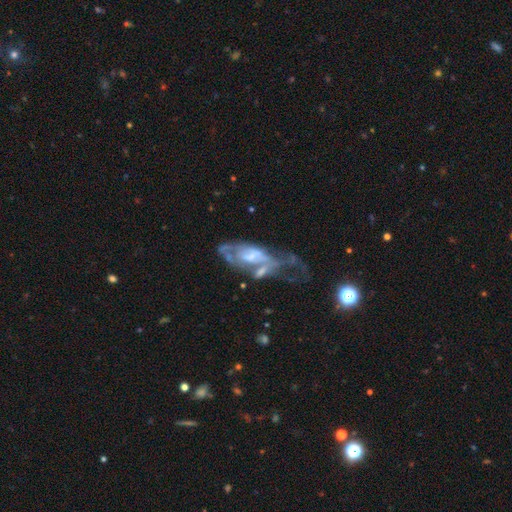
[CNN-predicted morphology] Smooth or featured? Predicted: featured or disk (p=0.71). Edge-on disk? Predicted: no (p=0.86). Bar? Predicted: no (p=0.59). Spiral arms? Predicted: yes (p=0.58). Bulge size? Predicted: small (p=0.37). Merging? Predicted: major disturbance (p=0.35).